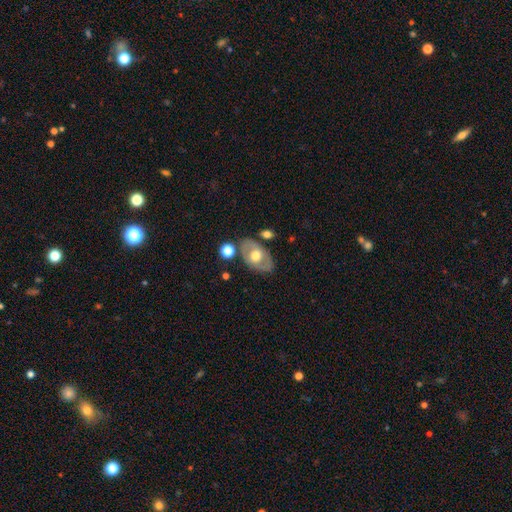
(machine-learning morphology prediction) A featured or disk galaxy (52%).

Vote fractions:
- Smooth or featured? featured or disk: 52% / smooth: 42% / star or artifact: 6%
- Edge-on disk? no: 89% / yes: 11%
- Merging? none: 73% / minor disturbance: 15% / merger: 7% / major disturbance: 5%